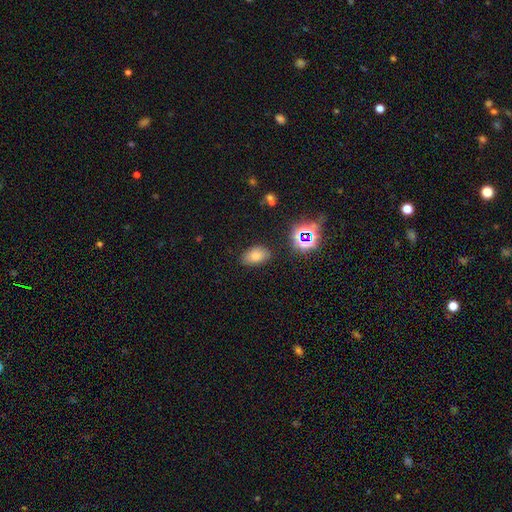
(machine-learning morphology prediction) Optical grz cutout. It shows a smooth galaxy with no disk features (70%) that is in between round and cigar-shaped (88%). Merging: none (83%).